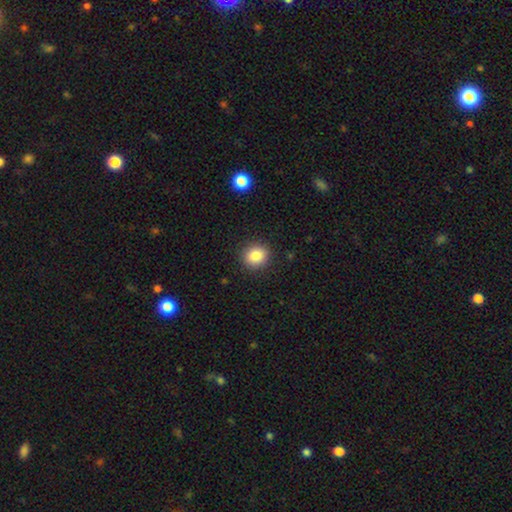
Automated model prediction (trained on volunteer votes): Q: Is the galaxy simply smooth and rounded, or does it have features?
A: smooth — 85%.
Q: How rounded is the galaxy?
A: round — 80%.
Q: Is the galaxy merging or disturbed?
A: none — 90%.